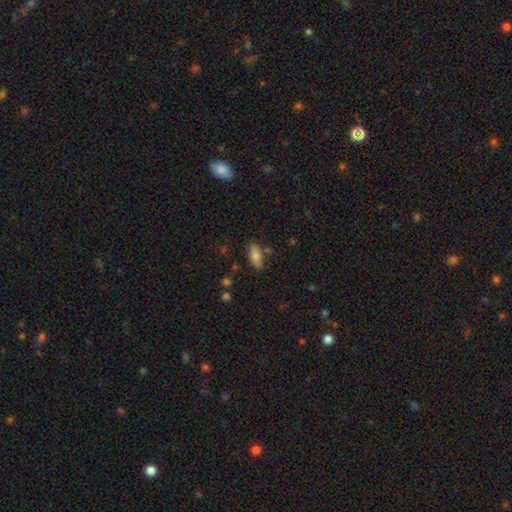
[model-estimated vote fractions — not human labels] Smooth or featured? Predicted: smooth (p=0.77). How rounded? Predicted: in between (p=0.84). Merging? Predicted: none (p=0.78).